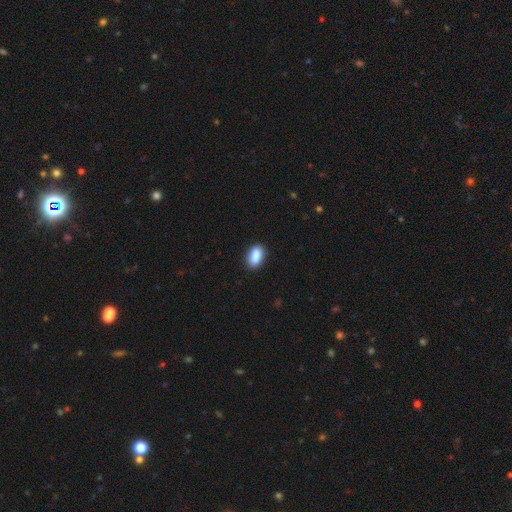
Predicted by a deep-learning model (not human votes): smooth 89%, star or artifact 7%, featured or disk 4%. Down the decision tree: how rounded — in between (91%); merging — none (85%).